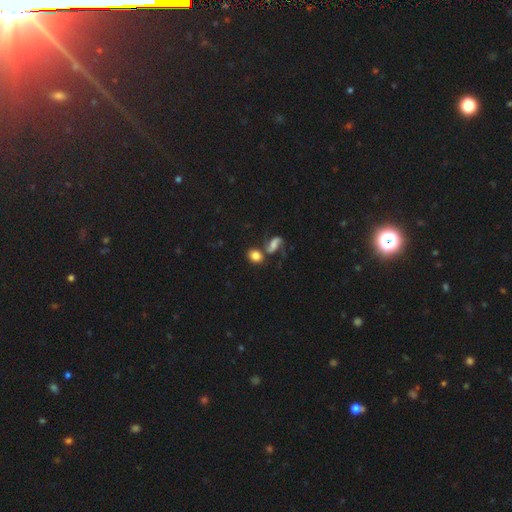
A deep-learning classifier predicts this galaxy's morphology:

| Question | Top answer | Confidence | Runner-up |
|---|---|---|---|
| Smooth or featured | smooth | 74% | featured or disk (16%) |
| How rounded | in between | 49% | round (48%) |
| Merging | none | 52% | merger (30%) |